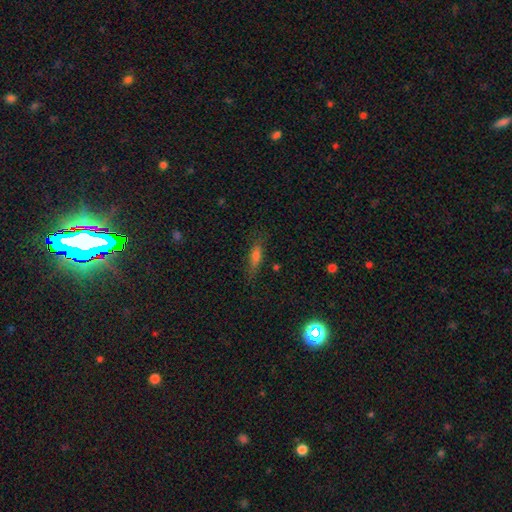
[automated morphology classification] smooth 64%, featured or disk 23%, star or artifact 13%. Down the decision tree: how rounded — cigar-shaped (58%); merging — none (75%).